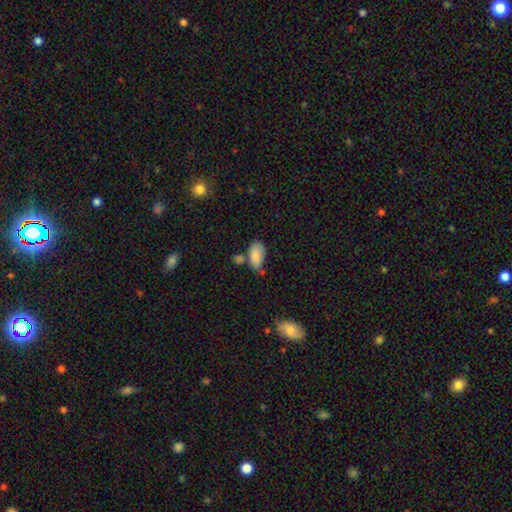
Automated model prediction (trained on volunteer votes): A smooth galaxy with no disk features (85%) that is in between round and cigar-shaped (94%).

Vote fractions:
- Smooth or featured? smooth: 85% / featured or disk: 8% / star or artifact: 7%
- How rounded? in between: 94% / cigar-shaped: 3% / round: 3%
- Merging? none: 53% / minor disturbance: 25% / merger: 16% / major disturbance: 6%